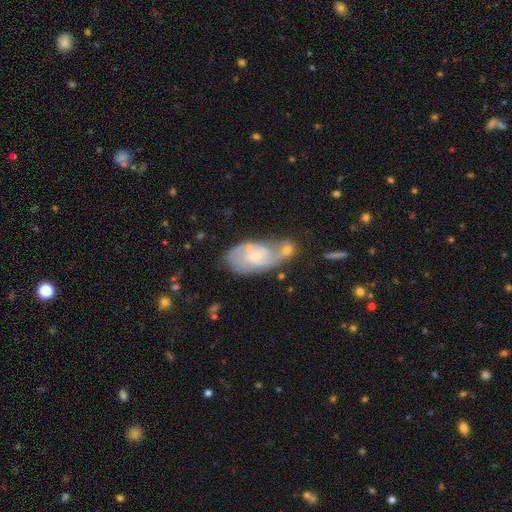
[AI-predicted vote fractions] Smooth or featured? Predicted: featured or disk (p=0.71). Edge-on disk? Predicted: no (p=0.96). Bar? Predicted: no (p=0.66). Spiral arms? Predicted: yes (p=0.87). Spiral winding? Predicted: medium (p=0.44). Spiral arm count? Predicted: 2 (p=0.56). Bulge size? Predicted: small (p=0.73). Merging? Predicted: none (p=0.35).